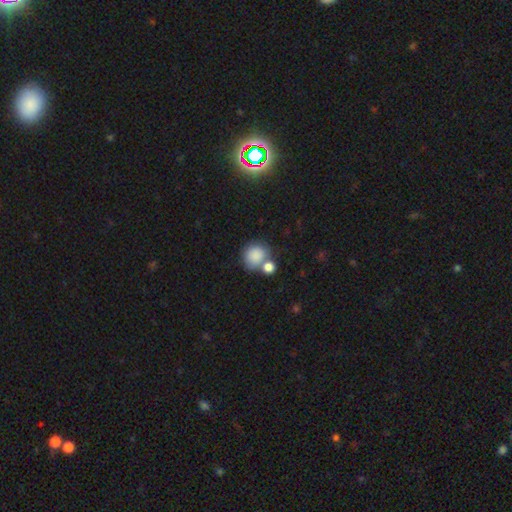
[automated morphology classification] Smooth or featured: smooth — 85% (star or artifact — 9%)
How rounded: round — 80% (in between — 19%)
Merging: none — 48% (merger — 35%)